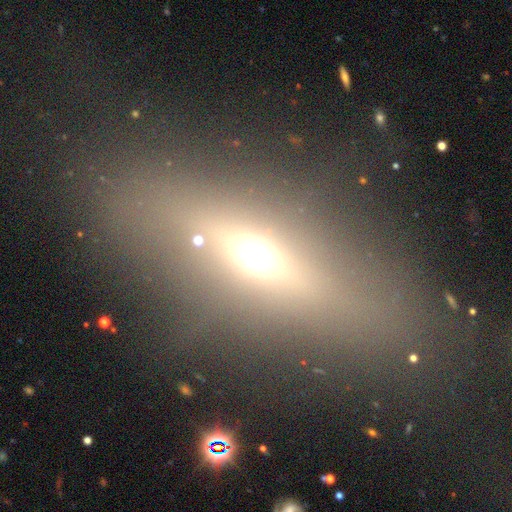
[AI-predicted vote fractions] A smooth galaxy with no disk features (41%).

Vote fractions:
- Smooth or featured? smooth: 41% / featured or disk: 40% / star or artifact: 19%
- Merging? none: 77% / minor disturbance: 11% / major disturbance: 9% / merger: 3%